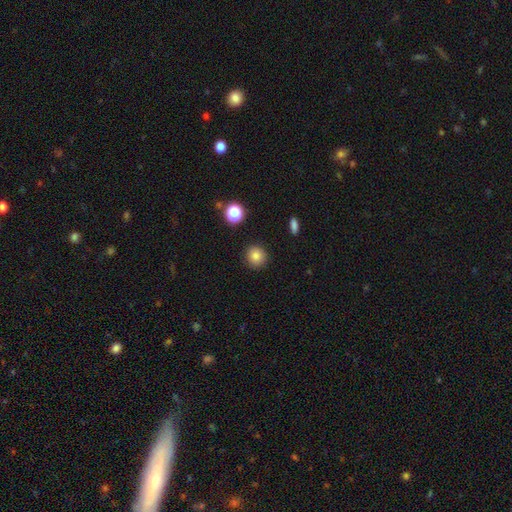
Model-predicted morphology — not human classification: The model was most divided on "smooth or featured": smooth: 83%, star or artifact: 11%, featured or disk: 6%. More confident: how rounded — round (90%); merging — none (89%).